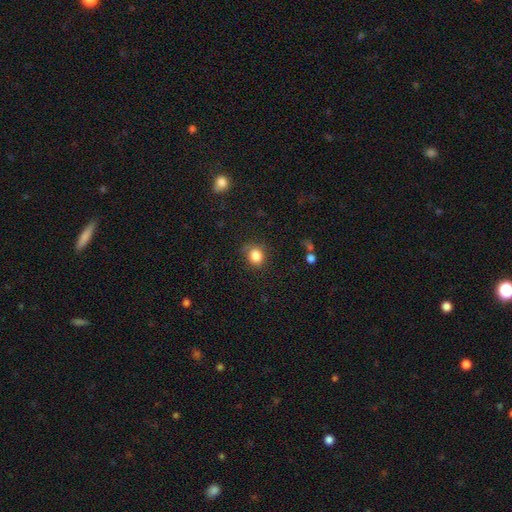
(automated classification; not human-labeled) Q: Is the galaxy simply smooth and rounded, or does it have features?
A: smooth — 85%.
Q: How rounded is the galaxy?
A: round — 68%.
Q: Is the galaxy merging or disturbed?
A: none — 73%.